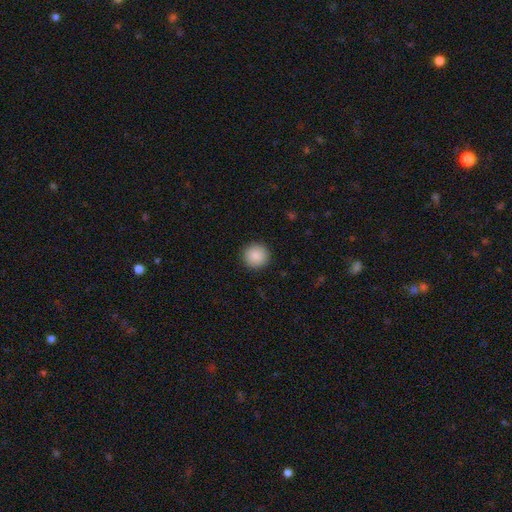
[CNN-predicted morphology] smooth-or-featured: smooth: 87% | star or artifact: 8% | featured or disk: 5%
  how-rounded: round: 95% | in between: 4% | cigar-shaped: 1%
  merging: none: 92% | minor disturbance: 6% | major disturbance: 2% | merger: 1%